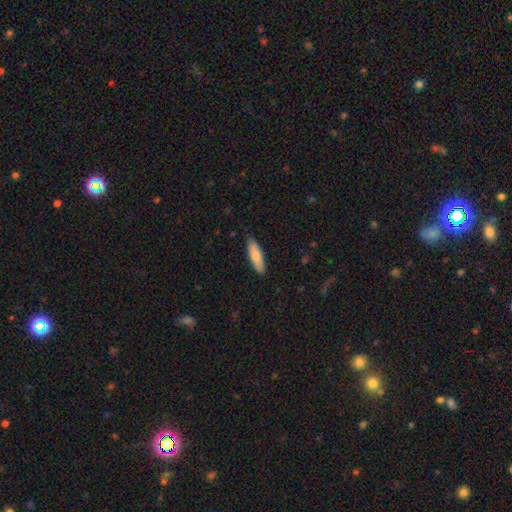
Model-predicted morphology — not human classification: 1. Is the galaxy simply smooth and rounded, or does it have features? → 79% smooth, 15% featured or disk, 5% star or artifact.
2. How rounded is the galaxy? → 54% cigar-shaped, 45% in between, 2% round.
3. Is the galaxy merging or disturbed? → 87% none, 10% minor disturbance, 2% major disturbance, 1% merger.